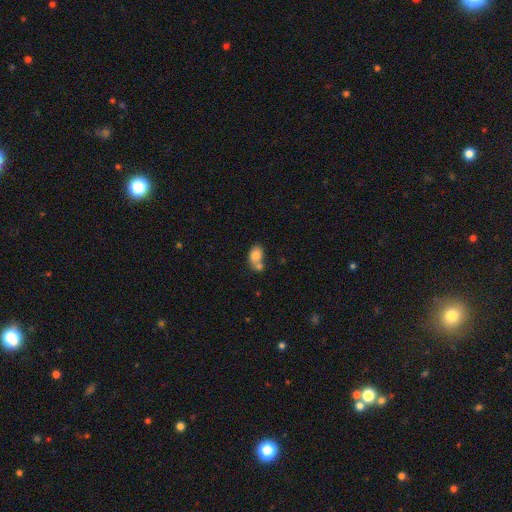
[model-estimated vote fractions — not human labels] The model was most divided on "merging": merger: 51%, none: 33%, minor disturbance: 11%, major disturbance: 5%. More confident: smooth or featured — smooth (80%); how rounded — in between (73%).